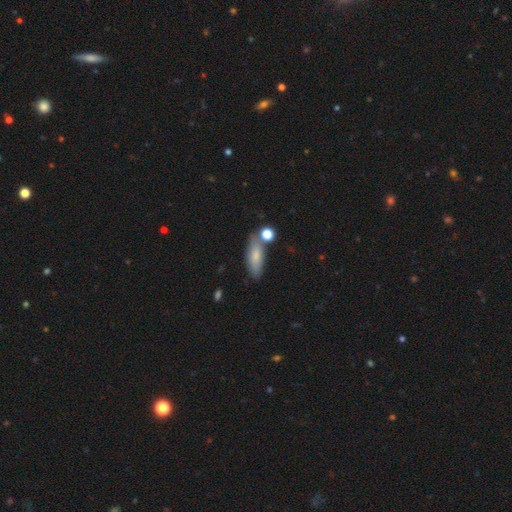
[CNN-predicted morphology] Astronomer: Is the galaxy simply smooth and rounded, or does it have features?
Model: smooth — 78%.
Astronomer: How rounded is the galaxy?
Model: in between — 68%.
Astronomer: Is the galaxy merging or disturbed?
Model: none — 68%.